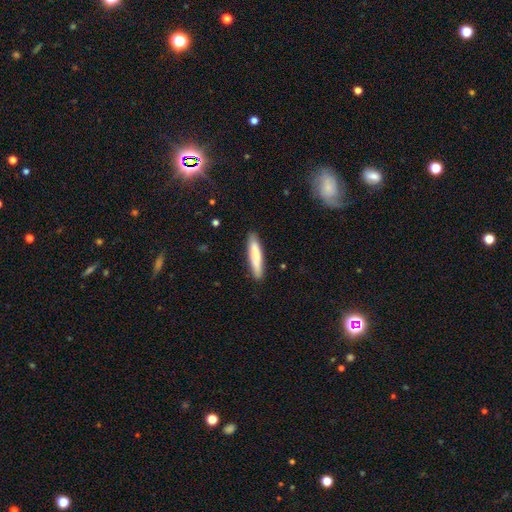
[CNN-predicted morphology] Smooth or featured? smooth (76%)
How rounded? cigar-shaped (88%)
Merging? none (88%)